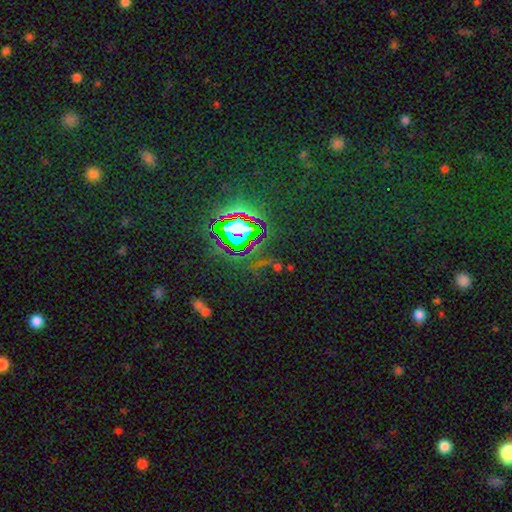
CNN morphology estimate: The model was most divided on "smooth or featured": star or artifact: 80%, smooth: 11%, featured or disk: 8%.